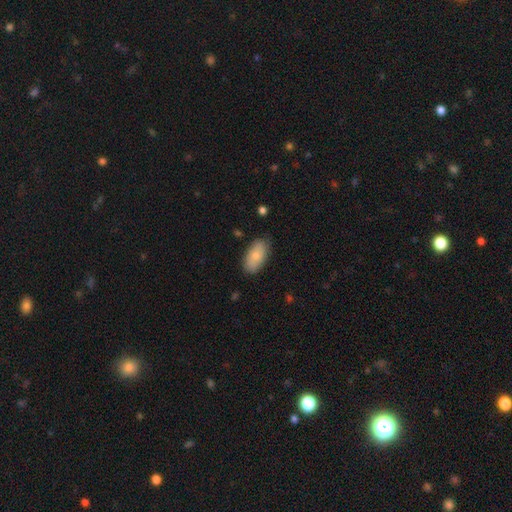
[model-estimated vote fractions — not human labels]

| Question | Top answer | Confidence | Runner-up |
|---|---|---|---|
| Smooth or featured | smooth | 80% | featured or disk (14%) |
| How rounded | in between | 93% | cigar-shaped (4%) |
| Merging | none | 81% | minor disturbance (15%) |